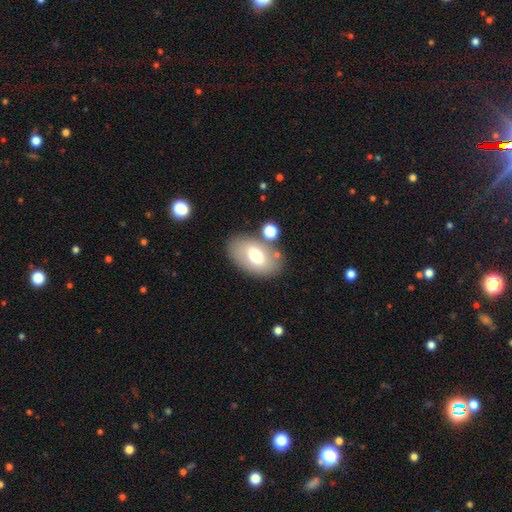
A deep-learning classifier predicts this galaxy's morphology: type=smooth (66%); roundness=in between (92%); merging=none (73%).